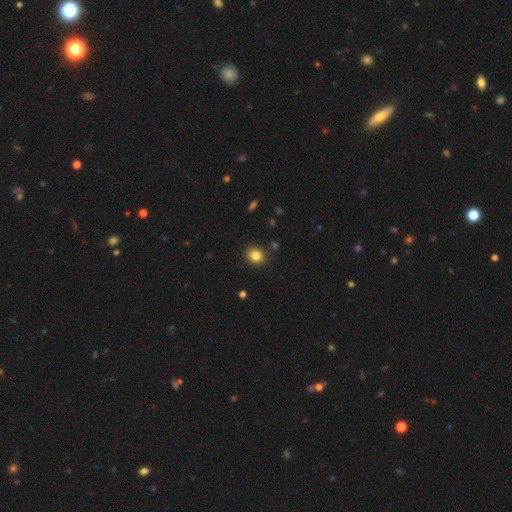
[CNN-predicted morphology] Smooth or featured? smooth (83%)
How rounded? round (73%)
Merging? none (88%)